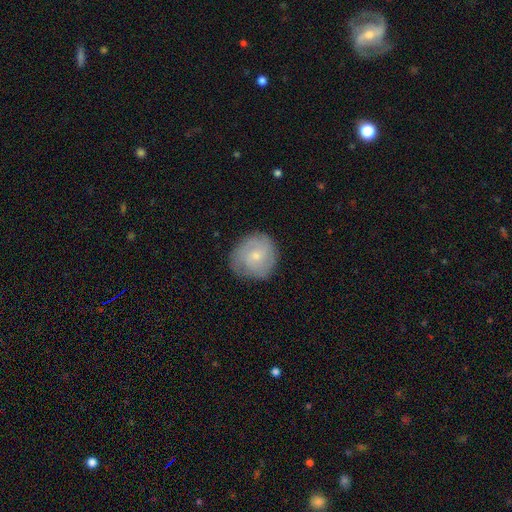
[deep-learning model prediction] Overall: smooth (48%; featured or disk 45%). Merging: none (77%).